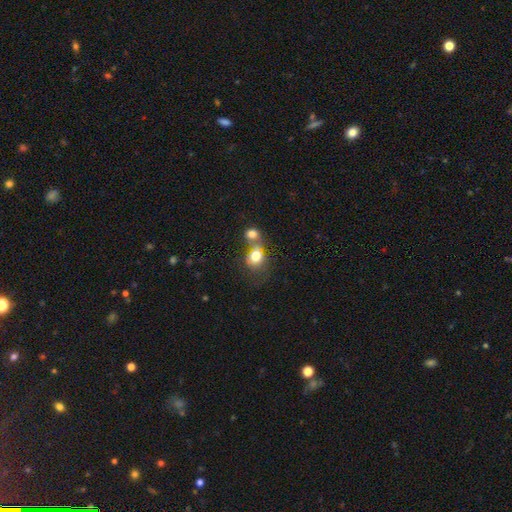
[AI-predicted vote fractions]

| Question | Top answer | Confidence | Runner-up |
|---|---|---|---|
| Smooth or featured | smooth | 77% | featured or disk (13%) |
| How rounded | round | 64% | in between (35%) |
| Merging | merger | 59% | none (25%) |